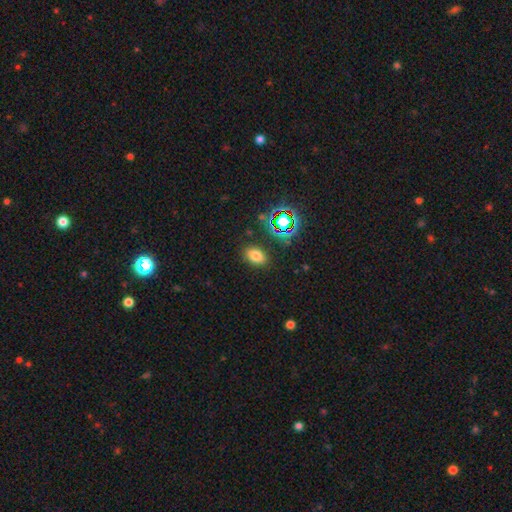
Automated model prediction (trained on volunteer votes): Morphology: type=smooth (73%); roundness=in between (84%); merging=none (85%).